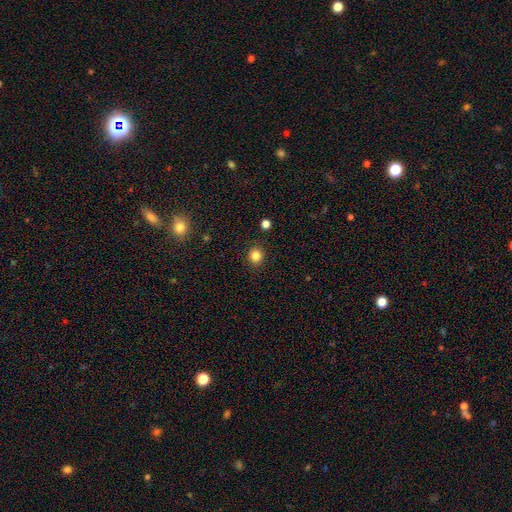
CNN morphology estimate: Q: Smooth or featured?
A: smooth (83%); runner-up: star or artifact (12%)
Q: How rounded?
A: round (86%); runner-up: in between (13%)
Q: Merging?
A: none (91%); runner-up: minor disturbance (6%)